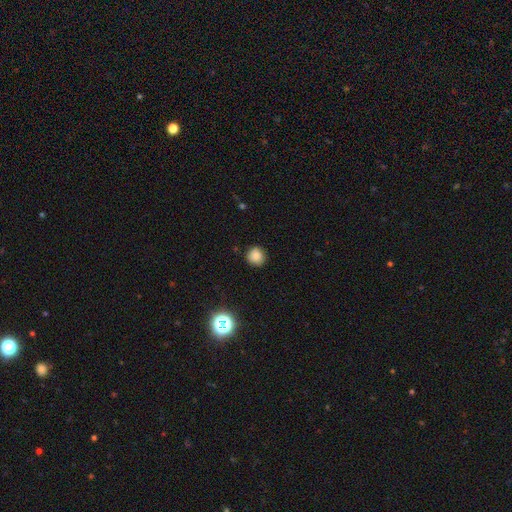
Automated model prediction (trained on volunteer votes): smooth-or-featured: smooth: 83% | star or artifact: 12% | featured or disk: 5%
  how-rounded: round: 91% | in between: 8% | cigar-shaped: 1%
  merging: none: 86% | minor disturbance: 10% | major disturbance: 2% | merger: 1%